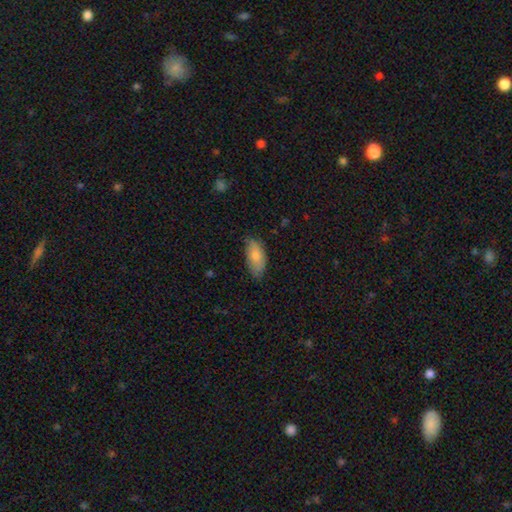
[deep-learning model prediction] The model was most divided on "merging": none: 71%, minor disturbance: 23%, major disturbance: 4%, merger: 1%. More confident: how rounded — in between (91%); smooth or featured — smooth (80%).